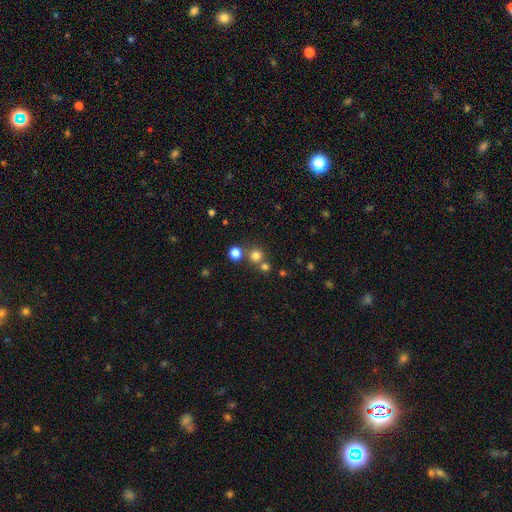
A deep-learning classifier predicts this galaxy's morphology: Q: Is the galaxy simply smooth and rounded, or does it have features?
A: smooth — 75%.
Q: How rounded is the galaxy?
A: round — 92%.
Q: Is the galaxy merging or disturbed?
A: none — 67%.